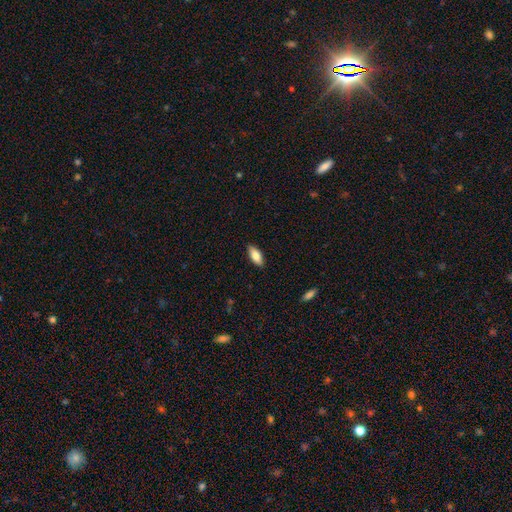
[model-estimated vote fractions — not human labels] This appears to be a smooth galaxy with no disk features (80%) that is in between round and cigar-shaped (81%). Merging: none (89%).